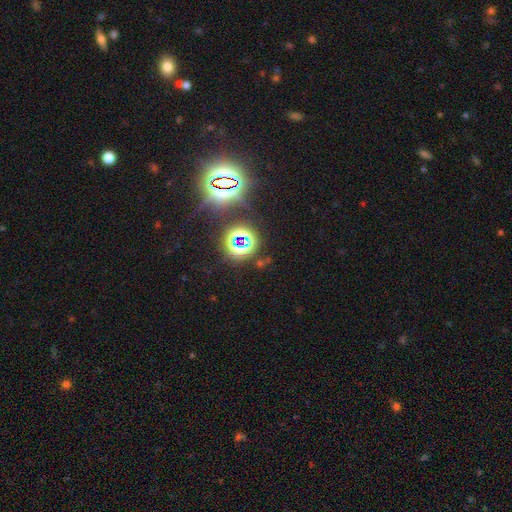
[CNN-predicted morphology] type=star or artifact (76%).